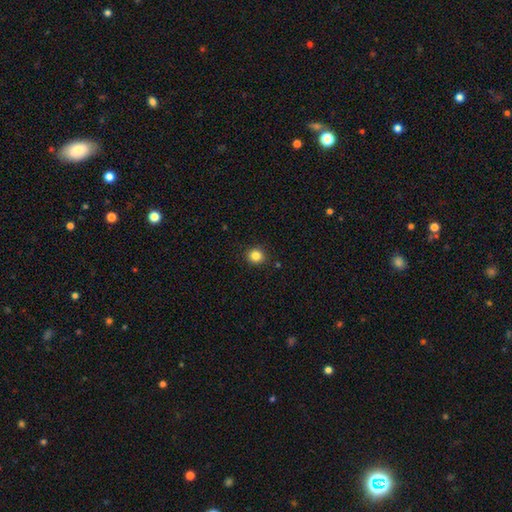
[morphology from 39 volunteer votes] Smooth or featured? 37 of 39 (95%) said smooth. How rounded? 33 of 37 (89%) said round. Merging? 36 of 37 (97%) said none.